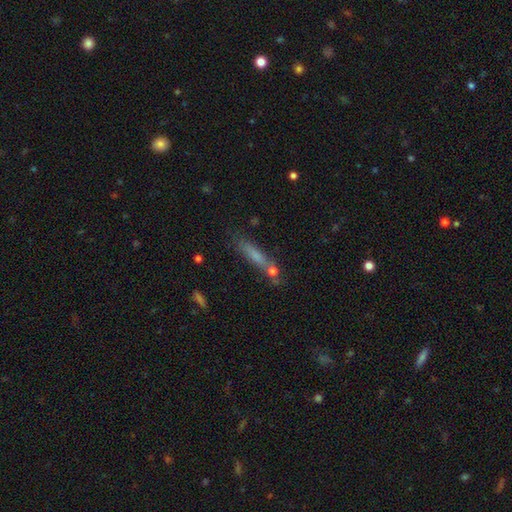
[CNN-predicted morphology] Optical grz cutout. It shows a smooth galaxy with no disk features (56%) that is cigar-shaped (83%). Merging: none (65%).